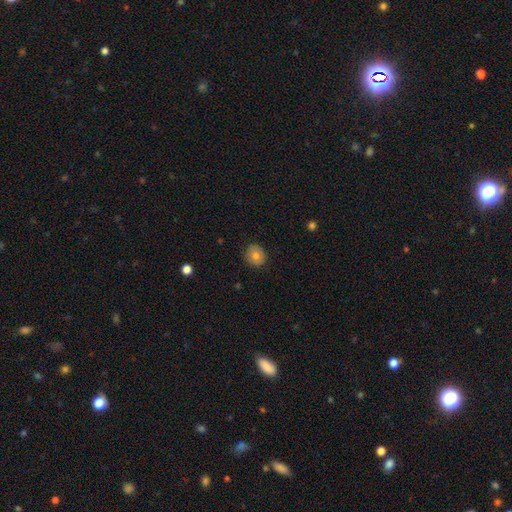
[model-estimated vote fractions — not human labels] Smooth or featured? Predicted: smooth (p=0.74). How rounded? Predicted: round (p=0.81). Merging? Predicted: none (p=0.87).